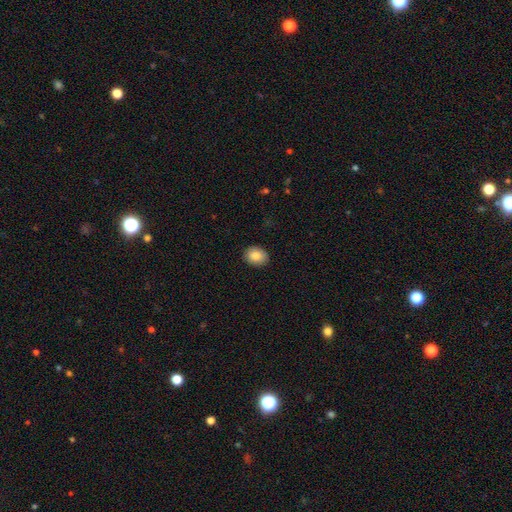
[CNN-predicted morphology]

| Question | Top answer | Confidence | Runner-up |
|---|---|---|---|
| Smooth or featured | smooth | 86% | star or artifact (8%) |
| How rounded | in between | 50% | round (49%) |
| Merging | none | 89% | minor disturbance (8%) |